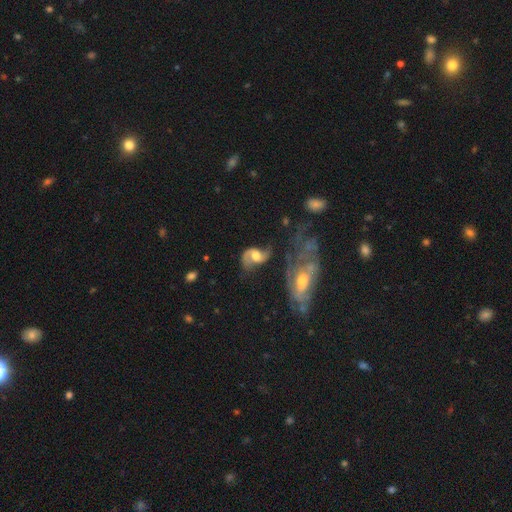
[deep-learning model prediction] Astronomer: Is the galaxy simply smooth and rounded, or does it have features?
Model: featured or disk — 78%.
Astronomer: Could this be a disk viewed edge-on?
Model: no — 97%.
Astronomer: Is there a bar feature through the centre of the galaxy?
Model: no — 54% (runner-up: weak, 37%).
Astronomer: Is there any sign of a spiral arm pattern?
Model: yes — 91%.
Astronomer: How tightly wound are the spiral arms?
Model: loose — 57% (runner-up: medium, 34%).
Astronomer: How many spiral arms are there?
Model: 2 — 89%.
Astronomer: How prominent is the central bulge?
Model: moderate — 56%.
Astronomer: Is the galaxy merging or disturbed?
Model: none — 54%.